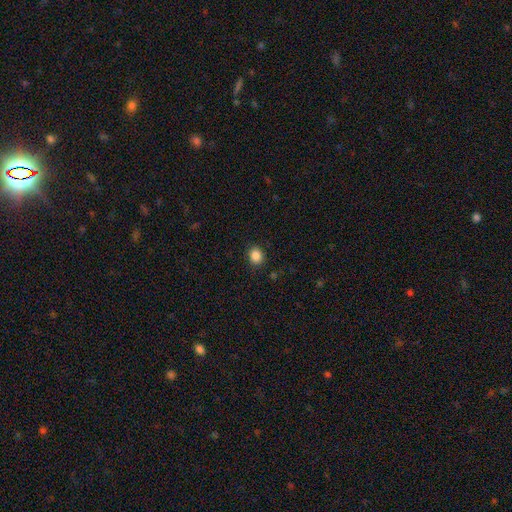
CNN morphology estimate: A smooth galaxy with no disk features (86%) that is round (69%).

Vote fractions:
- Smooth or featured? smooth: 86% / star or artifact: 10% / featured or disk: 4%
- How rounded? round: 69% / in between: 30% / cigar-shaped: 1%
- Merging? none: 90% / minor disturbance: 7% / major disturbance: 2% / merger: 1%